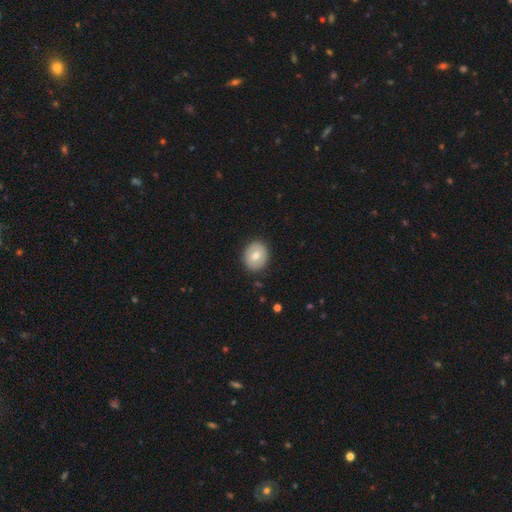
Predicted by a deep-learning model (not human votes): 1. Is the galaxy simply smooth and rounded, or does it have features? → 71% smooth, 22% featured or disk, 7% star or artifact.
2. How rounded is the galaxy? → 66% round, 33% in between, 1% cigar-shaped.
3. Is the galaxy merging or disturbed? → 88% none, 9% minor disturbance, 2% major disturbance, 1% merger.